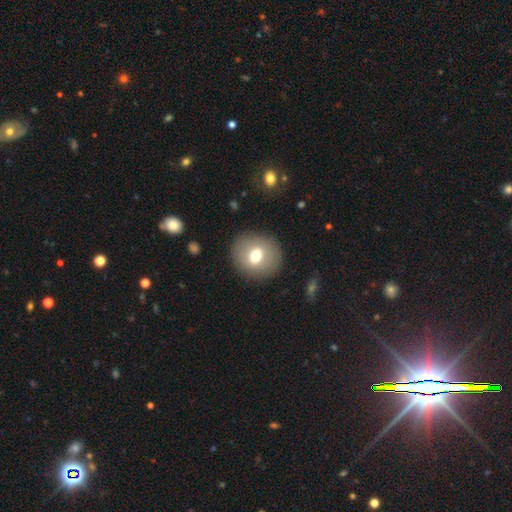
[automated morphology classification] smooth 67%, featured or disk 24%, star or artifact 9%. Down the decision tree: how rounded — round (80%); merging — none (87%).